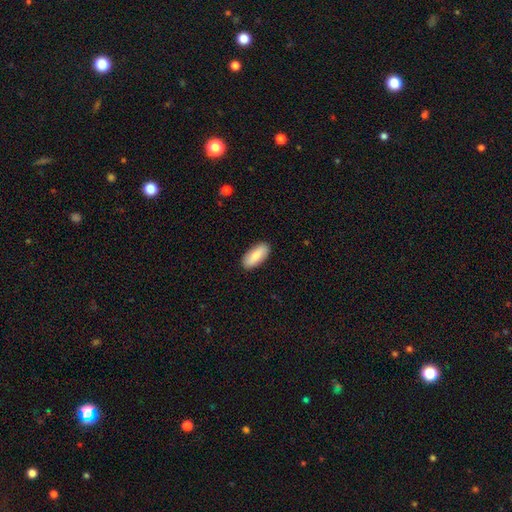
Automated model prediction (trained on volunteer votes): smooth-or-featured: smooth: 87% | featured or disk: 8% | star or artifact: 5%
  how-rounded: in between: 84% | cigar-shaped: 15% | round: 2%
  merging: none: 90% | minor disturbance: 8% | major disturbance: 2% | merger: 1%